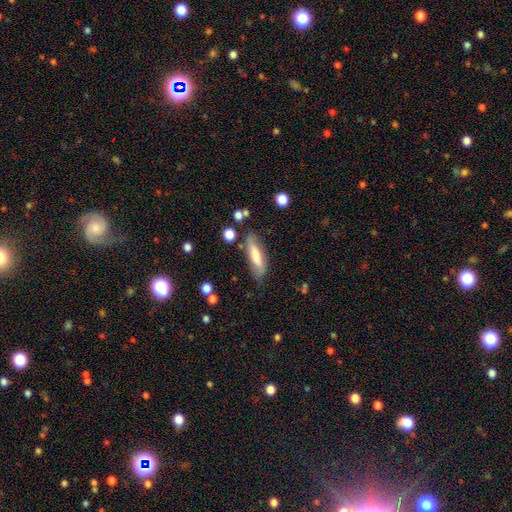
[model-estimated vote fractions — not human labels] The model was most divided on "how rounded": cigar-shaped: 57%, in between: 41%, round: 2%. More confident: merging — none (73%); smooth or featured — smooth (65%).